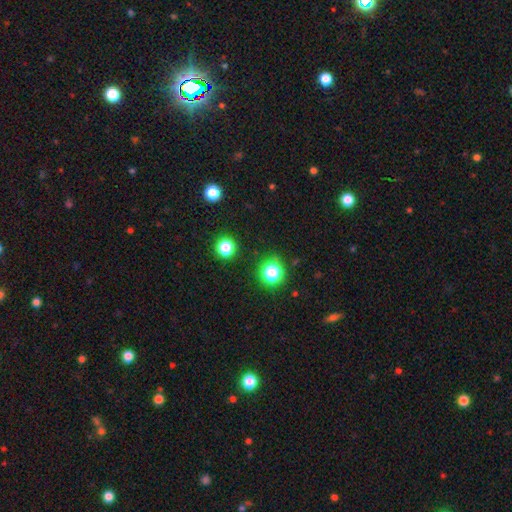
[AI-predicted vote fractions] star or artifact 61%, smooth 32%, featured or disk 7%.